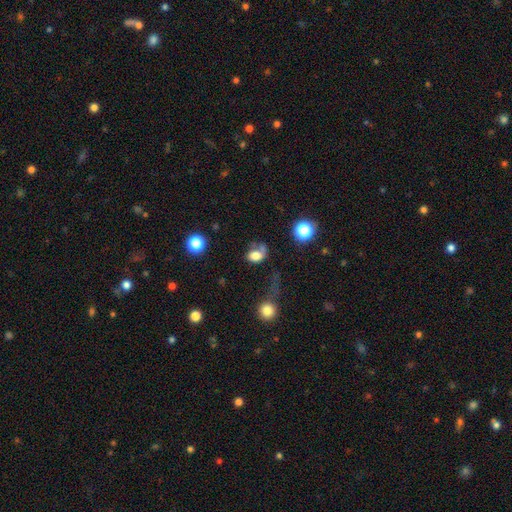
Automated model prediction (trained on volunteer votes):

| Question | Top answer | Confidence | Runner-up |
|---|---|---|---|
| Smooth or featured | smooth | 68% | featured or disk (21%) |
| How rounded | in between | 68% | round (31%) |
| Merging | major disturbance | 38% | none (28%) |